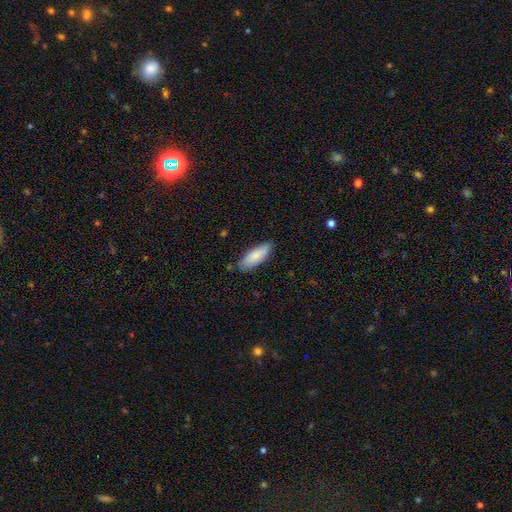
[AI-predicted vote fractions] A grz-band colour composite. It shows a smooth galaxy with no disk features (84%) that is in between round and cigar-shaped (67%). Merging: none (79%).